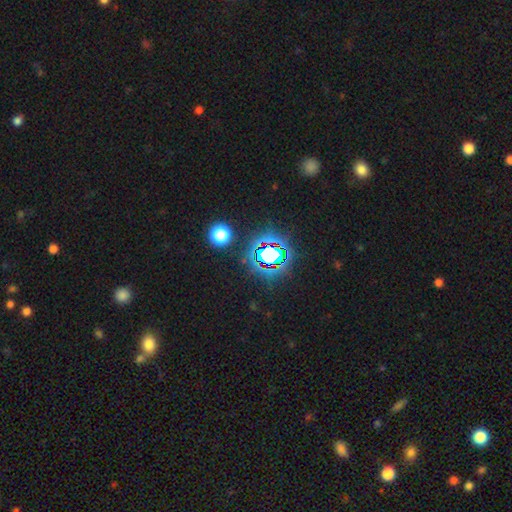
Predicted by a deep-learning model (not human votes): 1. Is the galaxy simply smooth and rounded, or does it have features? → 79% star or artifact, 13% smooth, 7% featured or disk.